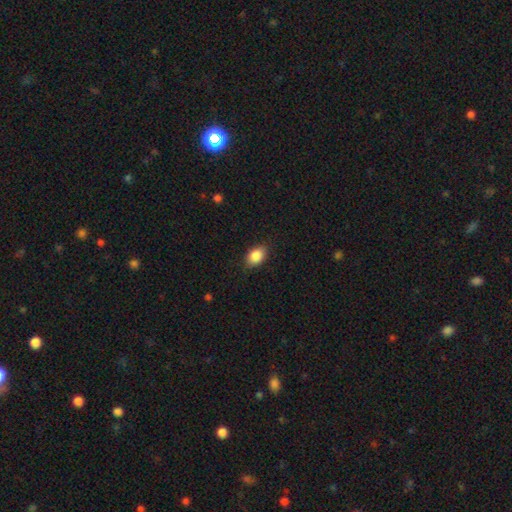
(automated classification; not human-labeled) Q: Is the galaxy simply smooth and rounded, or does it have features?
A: smooth — 87%.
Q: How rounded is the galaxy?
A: in between — 80%.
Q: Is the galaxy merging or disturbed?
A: none — 83%.